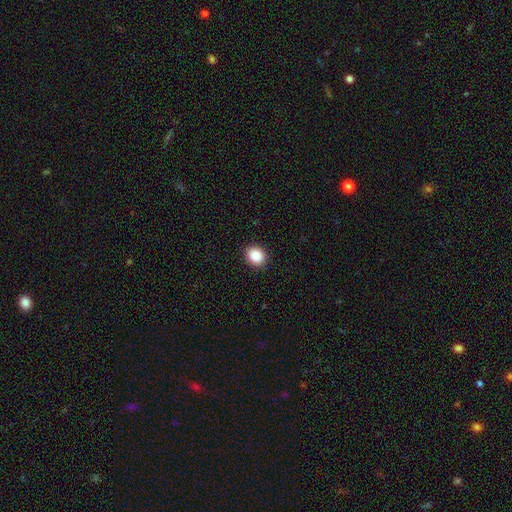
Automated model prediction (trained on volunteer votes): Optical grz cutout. It shows a smooth galaxy with no disk features (89%) that is round (64%). Merging: none (91%).